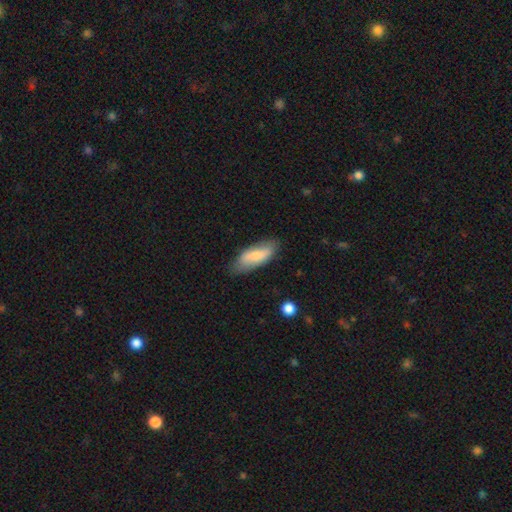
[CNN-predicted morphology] Overall: smooth (71%). How rounded: in between (76%). Merging: none (74%).